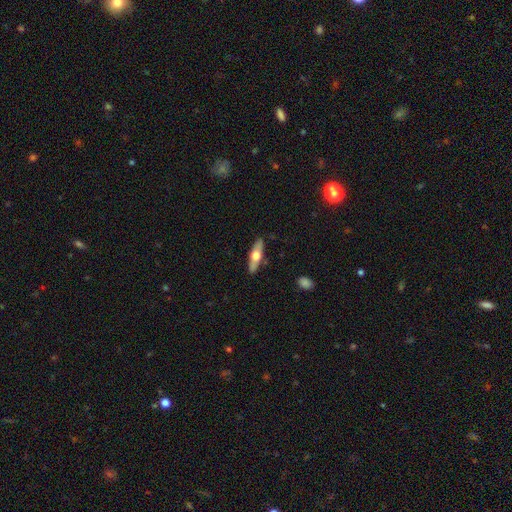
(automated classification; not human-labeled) Morphology: type=featured or disk (49%); merging=none (86%).